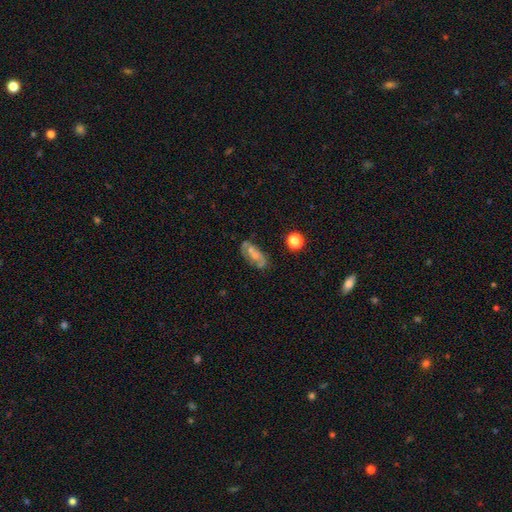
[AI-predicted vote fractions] This appears to be a featured or disk galaxy (53%). Merging: none (70%).